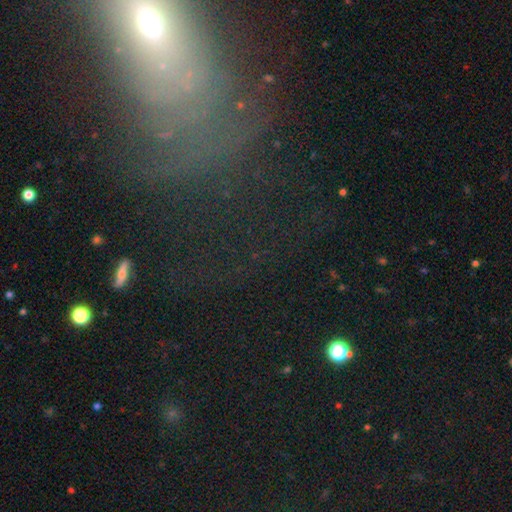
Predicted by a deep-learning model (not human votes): Q: Smooth or featured?
A: star or artifact (45%); runner-up: featured or disk (32%)